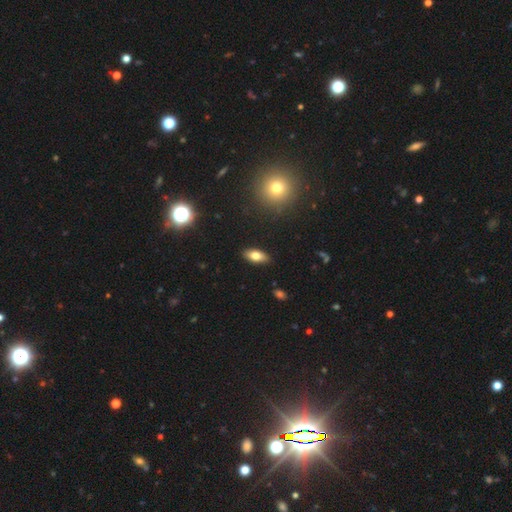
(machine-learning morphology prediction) type=smooth (74%); roundness=in between (87%); merging=none (88%).